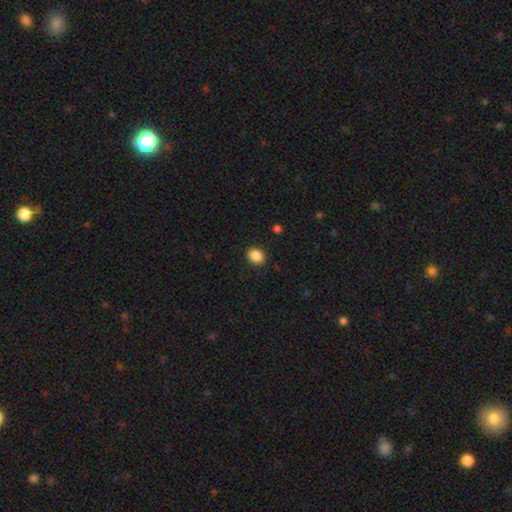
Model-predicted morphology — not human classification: Q: Smooth or featured?
A: smooth (87%); runner-up: star or artifact (10%)
Q: How rounded?
A: round (56%); runner-up: in between (43%)
Q: Merging?
A: none (89%); runner-up: minor disturbance (8%)